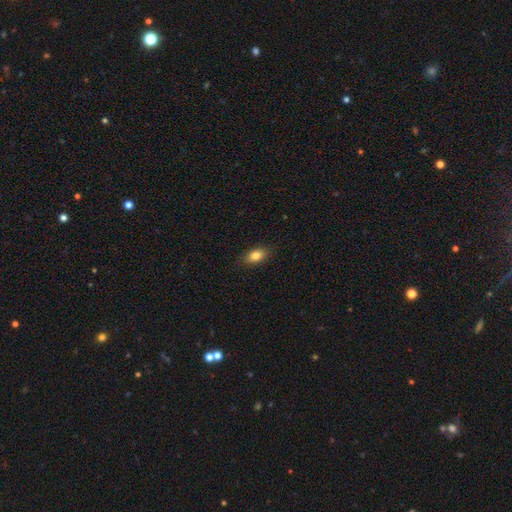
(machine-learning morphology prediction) smooth_or_featured: smooth (p=0.82) [alt: featured or disk p=0.09]
how_rounded: in between (p=0.86) [alt: round p=0.09]
merging: none (p=0.87) [alt: minor disturbance p=0.10]